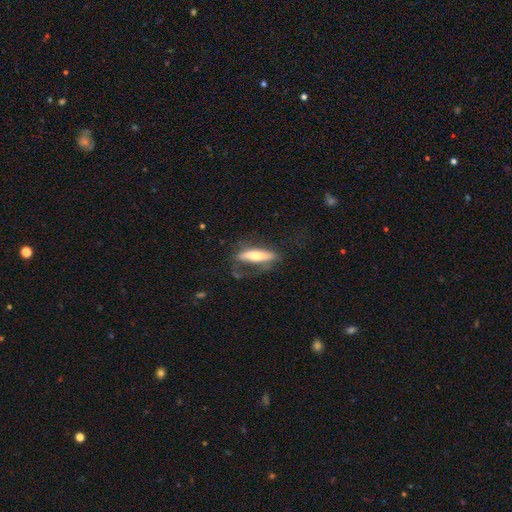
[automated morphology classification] smooth_or_featured: smooth (p=0.51) [alt: featured or disk p=0.43]
how_rounded: cigar-shaped (p=0.77) [alt: in between p=0.21]
merging: none (p=0.55) [alt: minor disturbance p=0.22]